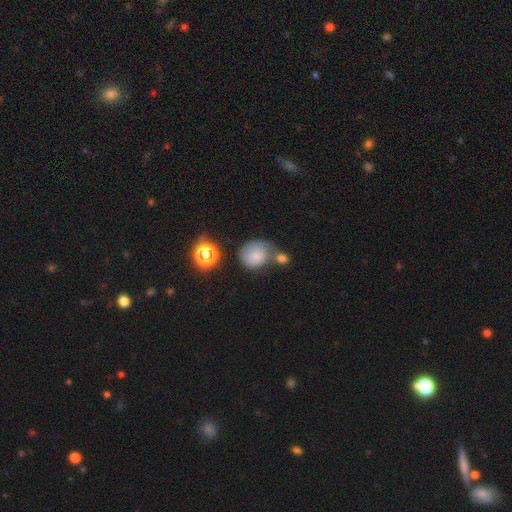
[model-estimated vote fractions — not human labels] Q: Smooth or featured?
A: smooth (73%); runner-up: featured or disk (16%)
Q: How rounded?
A: round (72%); runner-up: in between (27%)
Q: Merging?
A: none (39%); runner-up: merger (25%)